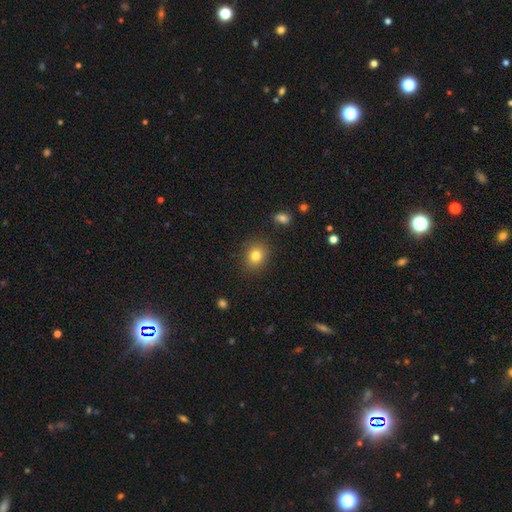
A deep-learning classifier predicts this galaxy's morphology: Smooth or featured? Predicted: smooth (p=0.81). How rounded? Predicted: round (p=0.67). Merging? Predicted: none (p=0.87).